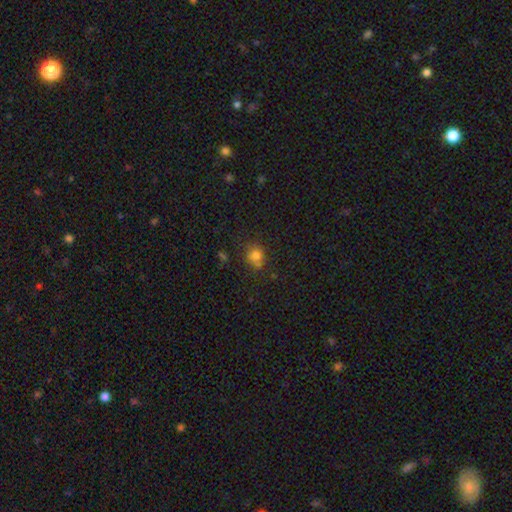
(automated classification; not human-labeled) Smooth or featured? Predicted: smooth (p=0.78). How rounded? Predicted: round (p=0.80). Merging? Predicted: none (p=0.63).